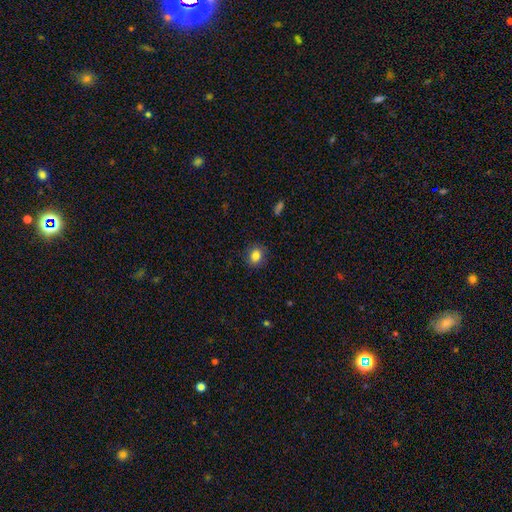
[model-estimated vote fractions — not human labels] Smooth or featured? smooth (84%)
How rounded? round (59%)
Merging? none (88%)